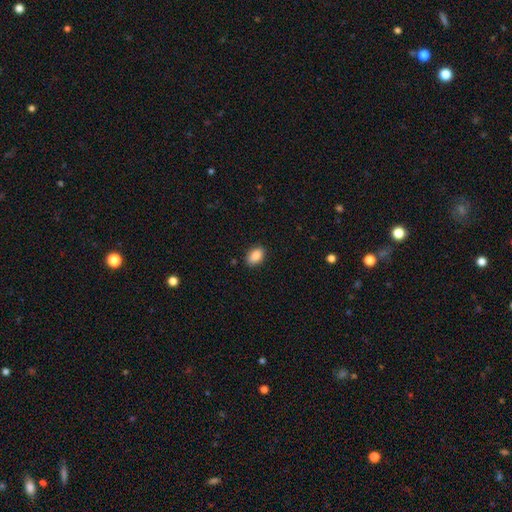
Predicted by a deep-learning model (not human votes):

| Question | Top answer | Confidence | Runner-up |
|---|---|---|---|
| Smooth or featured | smooth | 88% | star or artifact (8%) |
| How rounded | in between | 88% | round (11%) |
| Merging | none | 87% | minor disturbance (9%) |